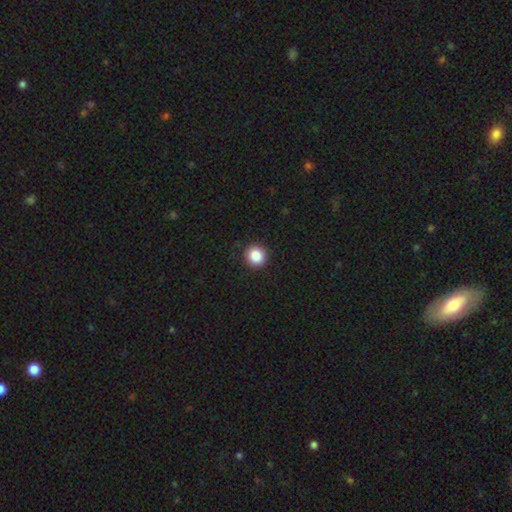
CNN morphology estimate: Smooth or featured? Predicted: smooth (p=0.86). How rounded? Predicted: round (p=0.91). Merging? Predicted: none (p=0.92).